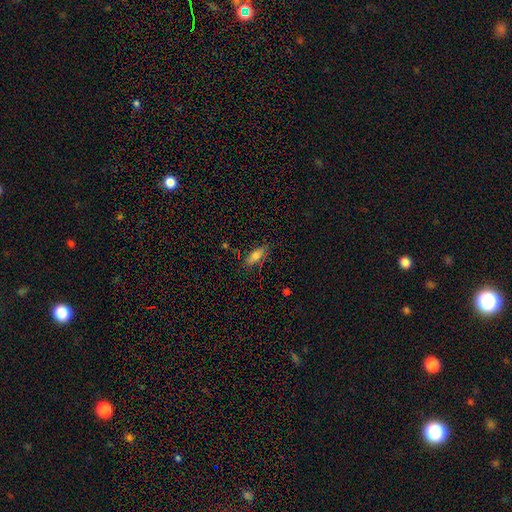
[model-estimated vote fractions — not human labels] smooth 70%, featured or disk 20%, star or artifact 10%. Down the decision tree: how rounded — in between (72%); merging — none (80%).